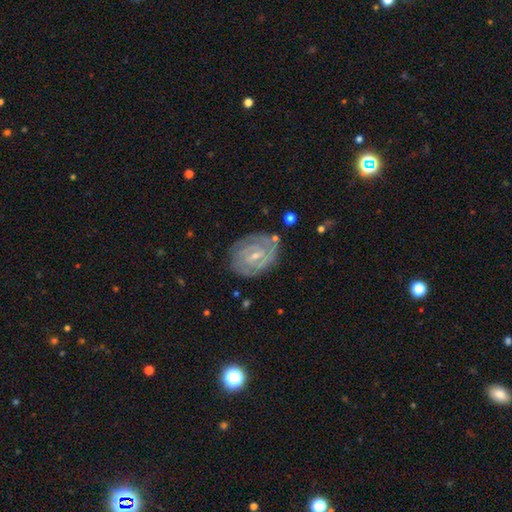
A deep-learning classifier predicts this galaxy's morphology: The model was most divided on "bar": weak: 54%, no: 28%, strong: 18%. Remaining: edge-on disk — no (97%); spiral arms — yes (94%); smooth or featured — featured or disk (85%); merging — none (74%); spiral winding — tight (72%); bulge size — small (68%); spiral arm count — 2 (49%).